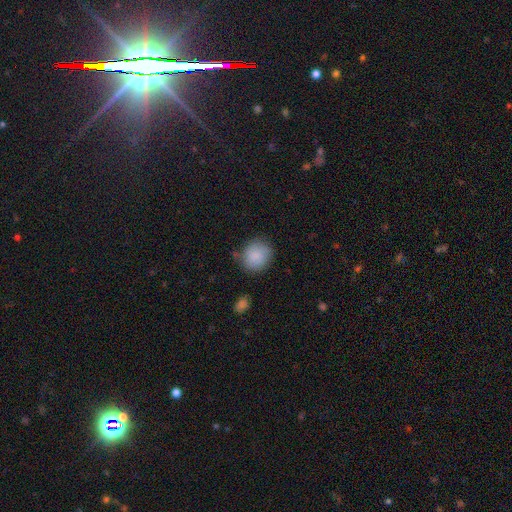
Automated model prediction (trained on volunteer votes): A smooth galaxy with no disk features (88%) that is round (84%). Merging: none (77%).